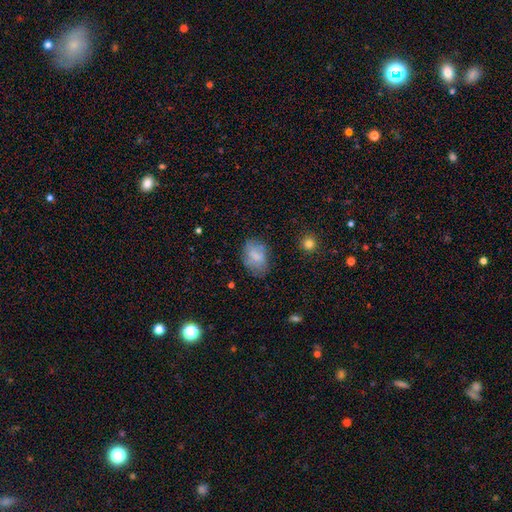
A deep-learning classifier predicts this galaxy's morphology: Smooth or featured: smooth — 68% (featured or disk — 23%)
How rounded: in between — 86% (round — 13%)
Merging: none — 65% (minor disturbance — 23%)